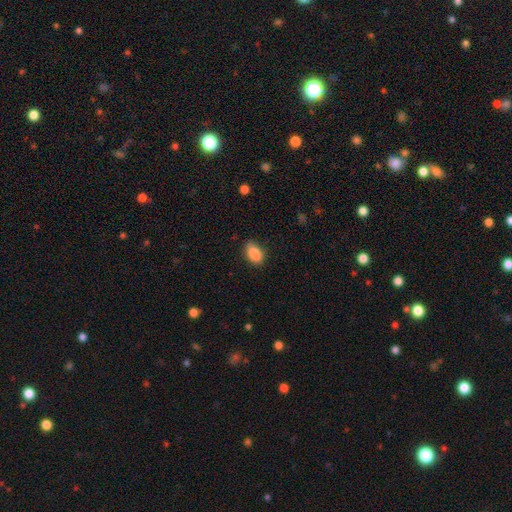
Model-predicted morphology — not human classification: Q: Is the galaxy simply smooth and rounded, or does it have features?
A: smooth — 88%.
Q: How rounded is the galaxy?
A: in between — 90%.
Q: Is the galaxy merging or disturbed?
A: none — 84%.